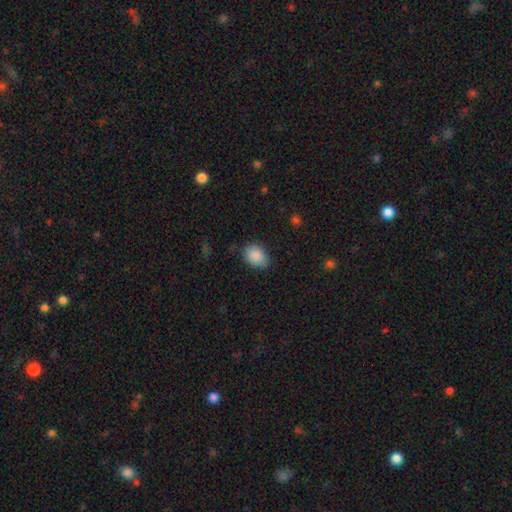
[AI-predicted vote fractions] Q: Smooth or featured?
A: smooth (88%); runner-up: star or artifact (8%)
Q: How rounded?
A: in between (71%); runner-up: round (28%)
Q: Merging?
A: none (78%); runner-up: minor disturbance (17%)